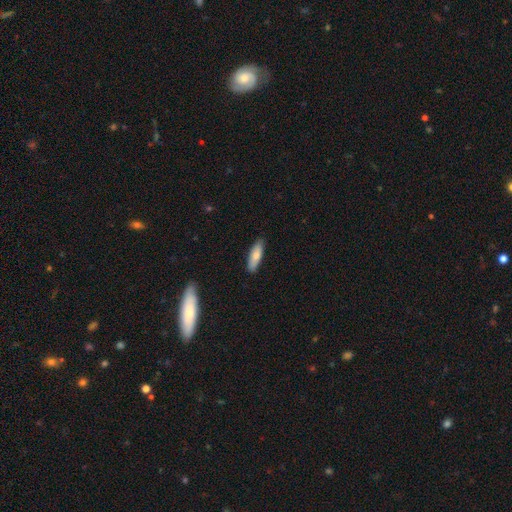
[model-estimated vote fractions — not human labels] smooth-or-featured: smooth: 75% | featured or disk: 19% | star or artifact: 6%
  how-rounded: cigar-shaped: 50% | in between: 49% | round: 2%
  merging: none: 87% | minor disturbance: 10% | major disturbance: 2% | merger: 1%